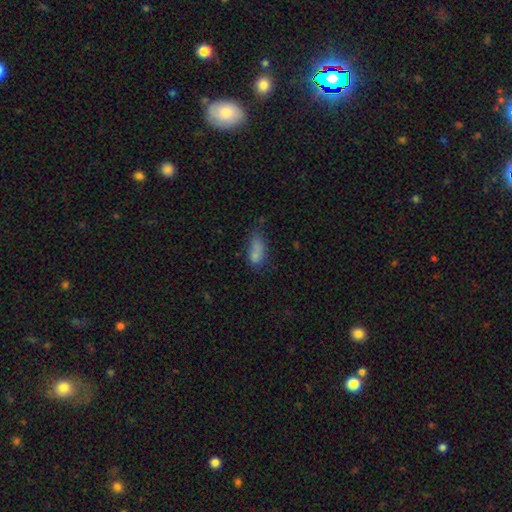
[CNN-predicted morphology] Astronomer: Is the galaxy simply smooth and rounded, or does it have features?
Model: smooth — 75%.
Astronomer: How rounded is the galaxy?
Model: in between — 81%.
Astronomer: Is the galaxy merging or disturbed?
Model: none — 38% (runner-up: minor disturbance, 29%).